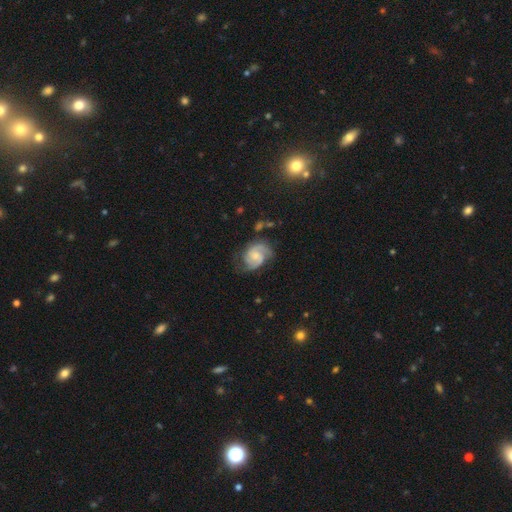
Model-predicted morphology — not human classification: A featured or disk galaxy (82%) with no bar (54%), 2 (80%) medium (49%) spiral arms (96%) and a small central bulge (52%).

Vote fractions:
- Smooth or featured? featured or disk: 82% / smooth: 12% / star or artifact: 6%
- Edge-on disk? no: 98% / yes: 2%
- Bar? no: 54% / weak: 40% / strong: 6%
- Spiral arms? yes: 96% / no: 4%
- Spiral winding? medium: 49% / tight: 35% / loose: 16%
- Spiral arm count? 2: 80% / can't tell: 8% / 3: 6% / 1: 4% / 4: 1% / more than 4: 1%
- Bulge size? small: 52% / moderate: 36% / none: 9% / large: 3% / dominant: 1%
- Merging? none: 62% / minor disturbance: 24% / major disturbance: 12% / merger: 2%